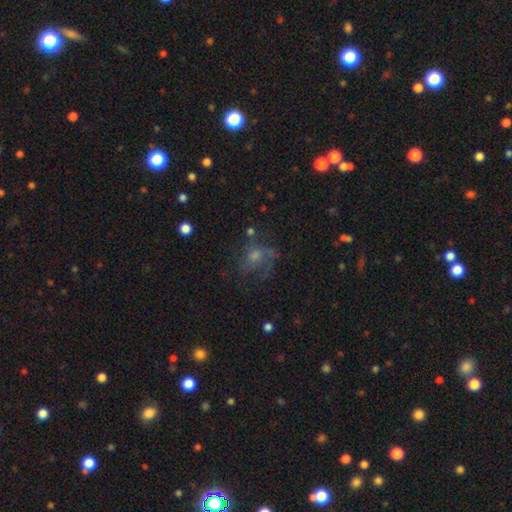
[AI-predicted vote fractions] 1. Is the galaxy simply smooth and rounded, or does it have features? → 43% smooth, 41% featured or disk, 16% star or artifact.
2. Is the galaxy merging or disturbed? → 39% none, 37% major disturbance, 21% minor disturbance, 4% merger.